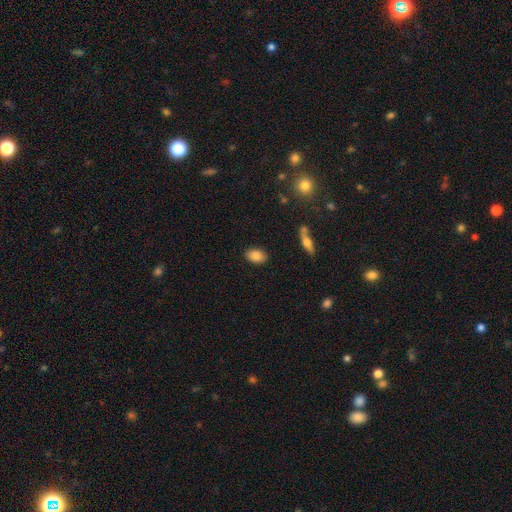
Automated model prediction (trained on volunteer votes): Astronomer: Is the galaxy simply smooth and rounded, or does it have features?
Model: smooth — 84%.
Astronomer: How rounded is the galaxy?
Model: in between — 87%.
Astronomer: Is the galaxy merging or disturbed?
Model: none — 87%.